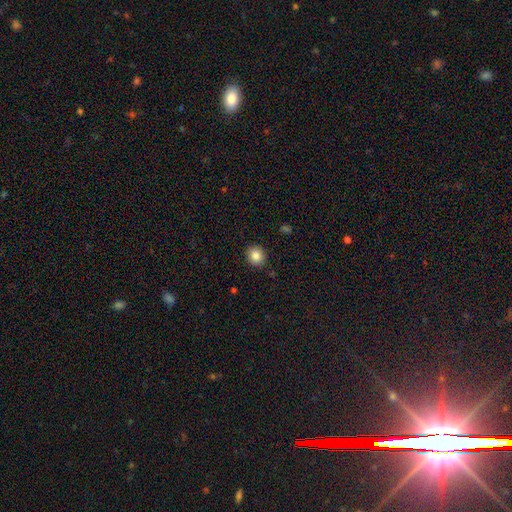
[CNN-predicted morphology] Smooth or featured?
  - smooth: 85% *
  - star or artifact: 10%
  - featured or disk: 5%
How rounded?
  - round: 83% *
  - in between: 16%
  - cigar-shaped: 1%
Merging?
  - none: 90% *
  - minor disturbance: 7%
  - major disturbance: 2%
  - merger: 1%